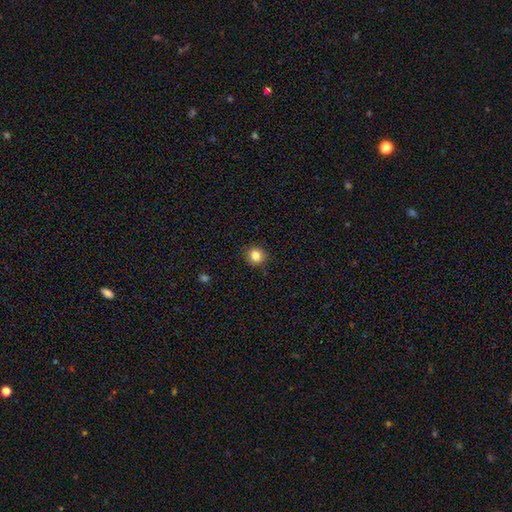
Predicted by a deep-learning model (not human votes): smooth-or-featured: smooth: 84% | star or artifact: 11% | featured or disk: 5%
  how-rounded: round: 89% | in between: 10% | cigar-shaped: 1%
  merging: none: 89% | minor disturbance: 8% | major disturbance: 2% | merger: 1%